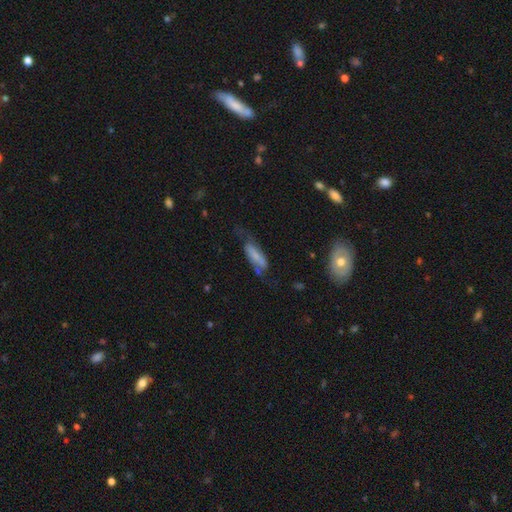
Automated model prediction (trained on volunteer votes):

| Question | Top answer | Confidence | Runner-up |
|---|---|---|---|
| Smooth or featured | smooth | 55% | featured or disk (38%) |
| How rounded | in between | 58% | cigar-shaped (39%) |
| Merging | none | 40% | minor disturbance (28%) |